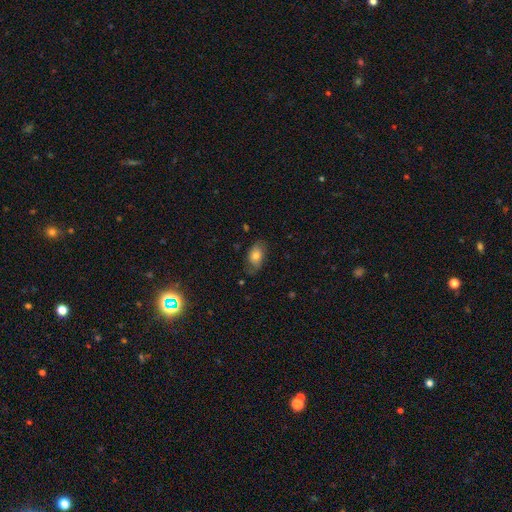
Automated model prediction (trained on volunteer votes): Smooth or featured? Predicted: smooth (p=0.69). How rounded? Predicted: in between (p=0.88). Merging? Predicted: none (p=0.68).